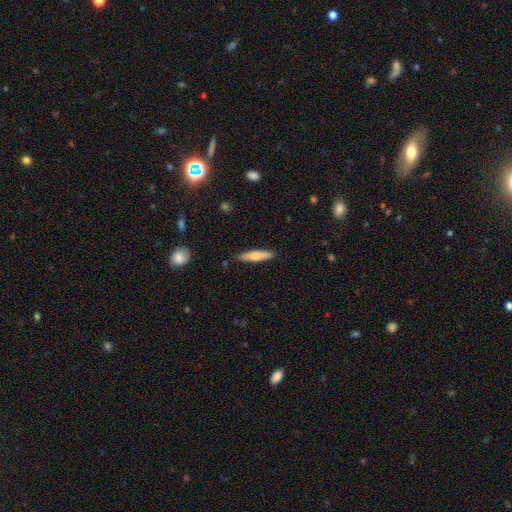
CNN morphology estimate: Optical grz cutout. It shows a smooth galaxy with no disk features (61%) that is cigar-shaped (84%). Merging: none (89%).